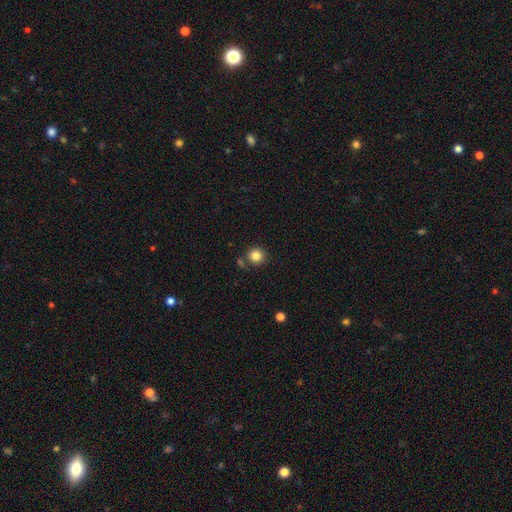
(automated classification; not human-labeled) A smooth galaxy with no disk features (84%) that is round (94%). Merging: none (81%).